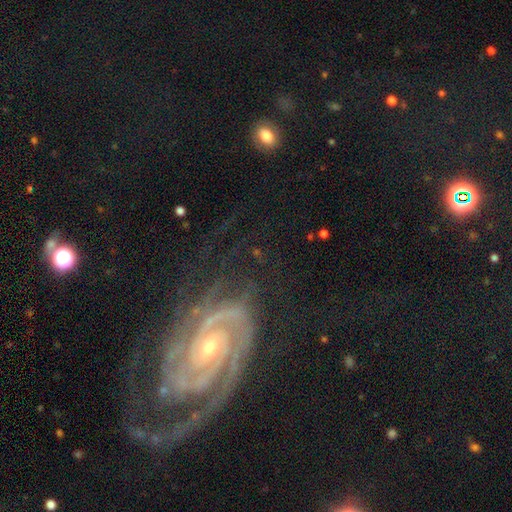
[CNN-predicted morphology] featured or disk 85%, star or artifact 10%, smooth 5%. Down the decision tree: edge-on disk — no (97%); bar — no (61%); spiral arms — yes (98%); spiral arm count — 2 (49%); spiral winding — tight (74%); bulge size — small (67%); merging — none (68%).